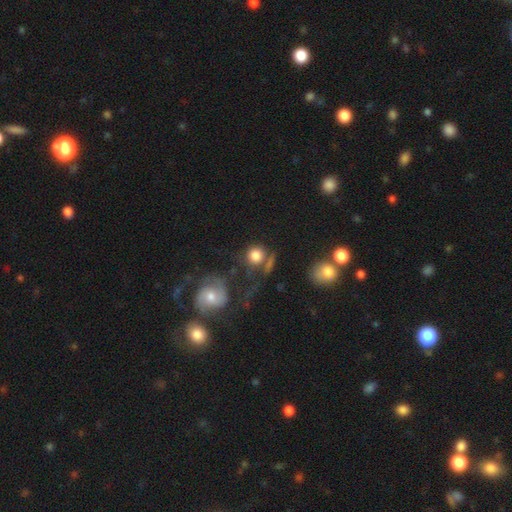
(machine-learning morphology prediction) Q: Smooth or featured?
A: smooth (78%); runner-up: featured or disk (12%)
Q: How rounded?
A: round (87%); runner-up: in between (11%)
Q: Merging?
A: none (53%); runner-up: merger (21%)